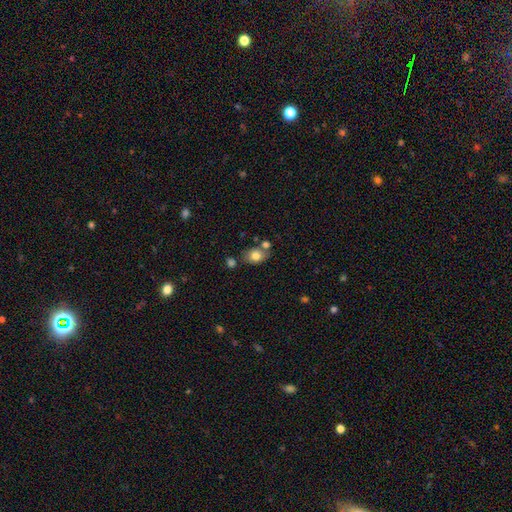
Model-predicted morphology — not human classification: The model was most divided on "how rounded": in between: 65%, round: 34%, cigar-shaped: 1%. More confident: smooth or featured — smooth (78%); merging — none (64%).